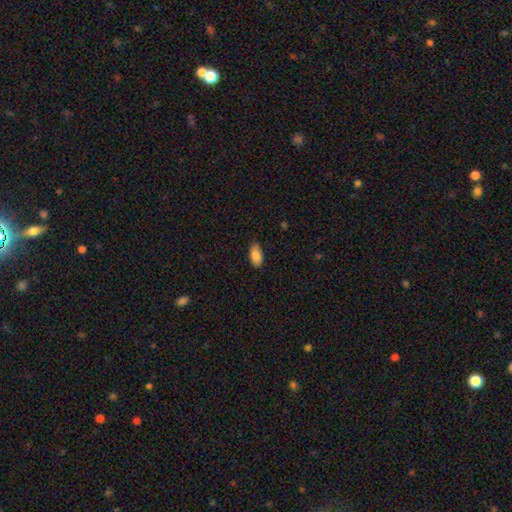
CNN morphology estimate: The model was most divided on "merging": none: 84%, minor disturbance: 13%, major disturbance: 2%, merger: 1%. More confident: how rounded — in between (93%); smooth or featured — smooth (86%).